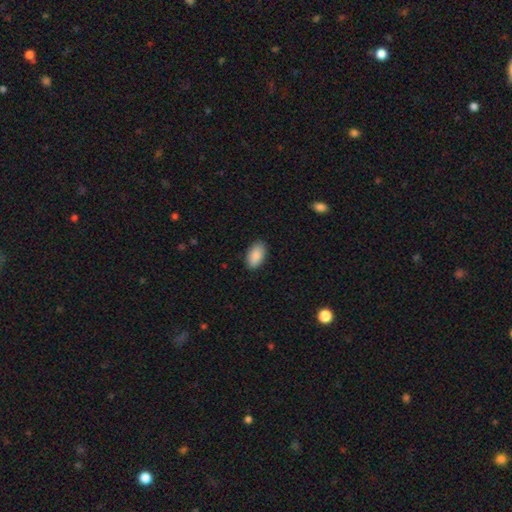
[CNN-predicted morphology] A smooth galaxy with no disk features (89%) that is in between round and cigar-shaped (94%). Merging: none (87%).